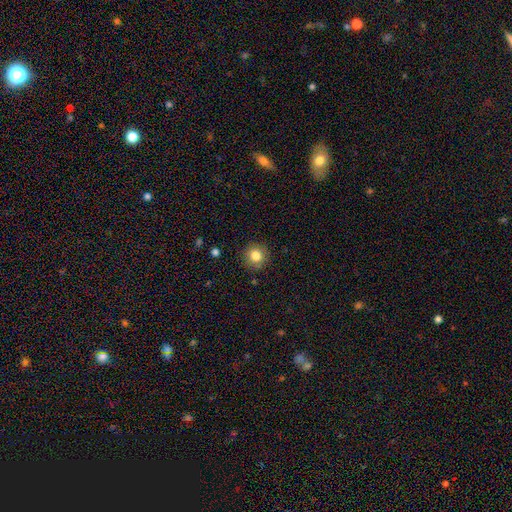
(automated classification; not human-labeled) Morphology: type=smooth (83%); roundness=round (92%); merging=none (89%).